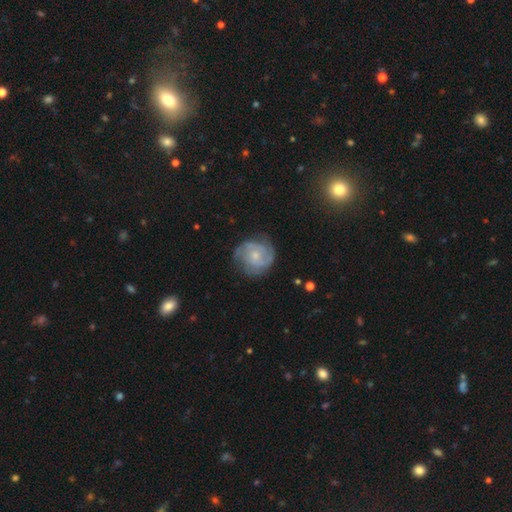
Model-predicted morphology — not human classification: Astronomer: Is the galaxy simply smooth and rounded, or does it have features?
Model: featured or disk — 78%.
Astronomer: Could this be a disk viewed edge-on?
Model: no — 98%.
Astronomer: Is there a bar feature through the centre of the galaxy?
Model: no — 69%.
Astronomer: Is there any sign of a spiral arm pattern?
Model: yes — 93%.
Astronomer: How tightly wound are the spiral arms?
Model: tight — 54% (runner-up: medium, 37%).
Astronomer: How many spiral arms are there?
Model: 2 — 52%.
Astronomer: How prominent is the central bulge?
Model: small — 54% (runner-up: moderate, 39%).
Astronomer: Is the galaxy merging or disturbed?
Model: none — 73%.